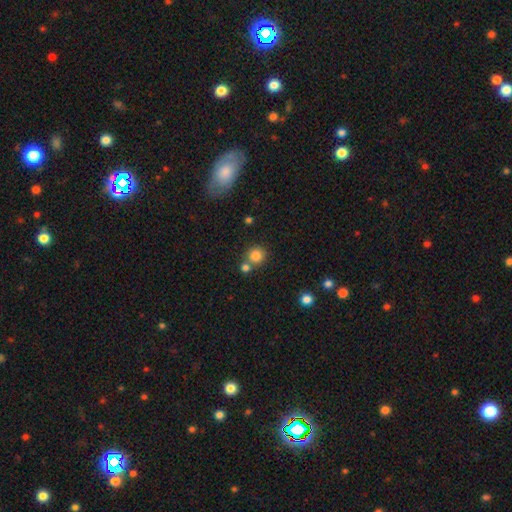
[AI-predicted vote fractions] Smooth or featured?
  - smooth: 82% *
  - star or artifact: 12%
  - featured or disk: 6%
How rounded?
  - round: 90% *
  - in between: 9%
  - cigar-shaped: 1%
Merging?
  - none: 63% *
  - merger: 26%
  - minor disturbance: 8%
  - major disturbance: 3%